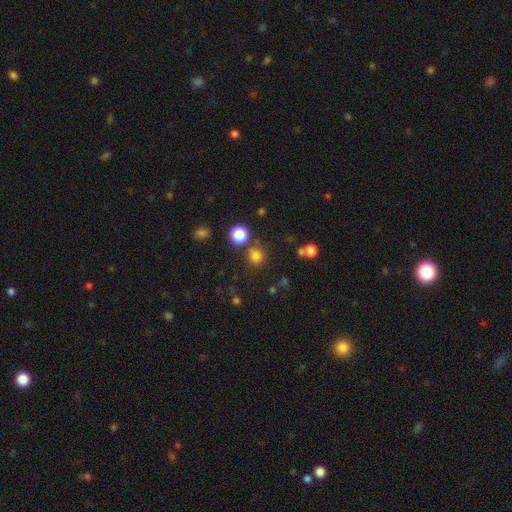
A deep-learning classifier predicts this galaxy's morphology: A smooth galaxy with no disk features (78%) that is round (89%). Merging: none (77%).